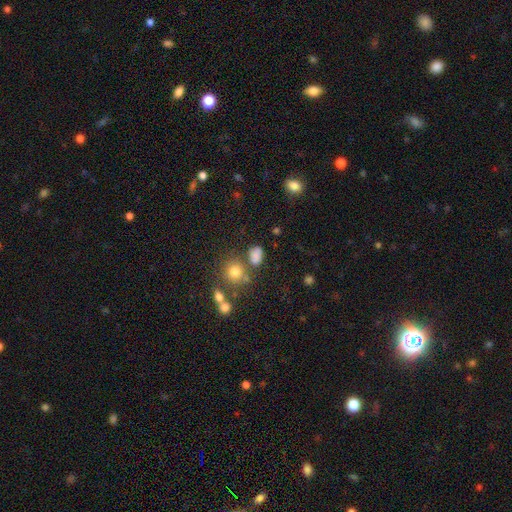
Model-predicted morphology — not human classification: Smooth or featured: smooth — 75% (star or artifact — 17%)
How rounded: in between — 62% (round — 36%)
Merging: none — 61% (minor disturbance — 17%)